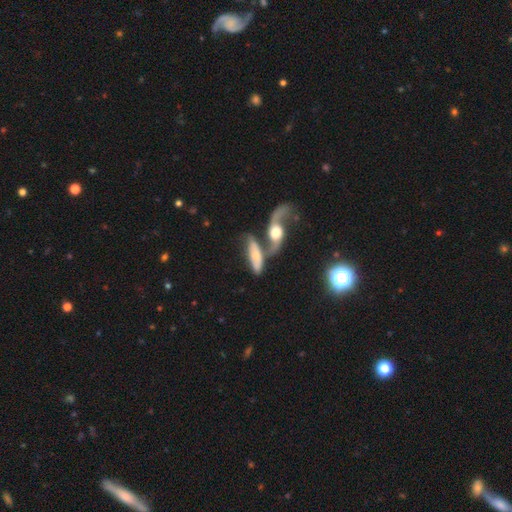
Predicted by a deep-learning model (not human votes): smooth-or-featured: featured or disk: 59% | smooth: 34% | star or artifact: 7%
  disk-edge-on: no: 74% | yes: 26%
  merging: merger: 59% | none: 22% | minor disturbance: 10% | major disturbance: 9%